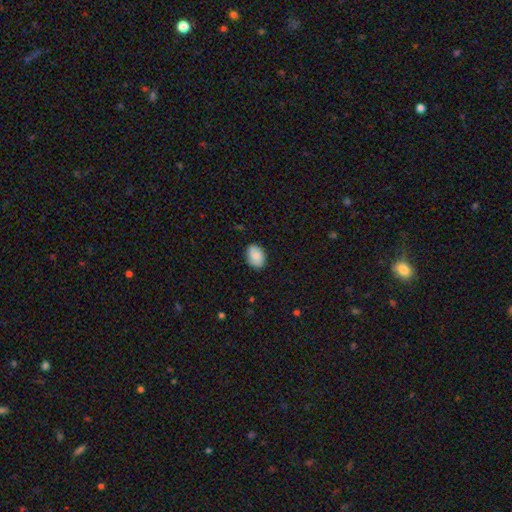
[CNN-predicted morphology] A smooth galaxy with no disk features (84%) that is in between round and cigar-shaped (78%). Merging: none (84%).